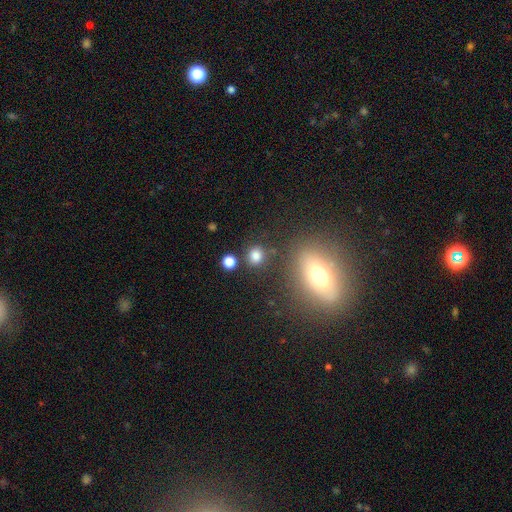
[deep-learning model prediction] A smooth galaxy with no disk features (80%) that is round (74%). Merging: none (78%).